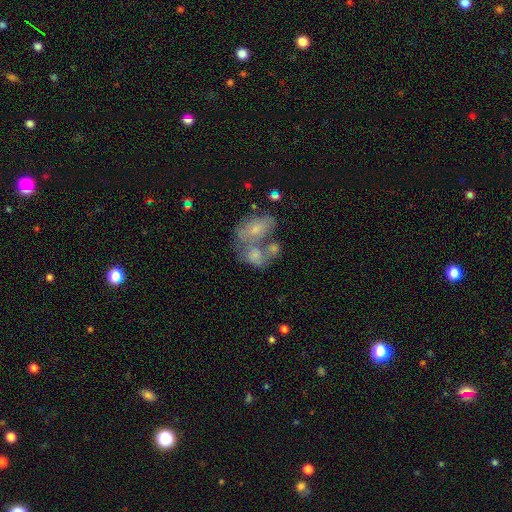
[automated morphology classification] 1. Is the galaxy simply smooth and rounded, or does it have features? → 57% smooth, 34% featured or disk, 9% star or artifact.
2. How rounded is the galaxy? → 75% in between, 23% round, 2% cigar-shaped.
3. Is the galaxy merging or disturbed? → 61% merger, 18% none, 11% minor disturbance, 10% major disturbance.